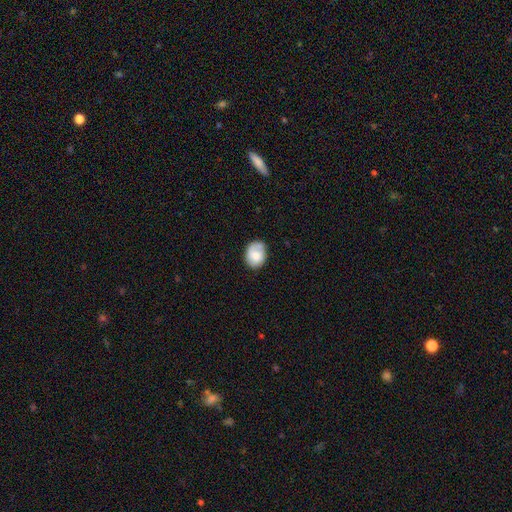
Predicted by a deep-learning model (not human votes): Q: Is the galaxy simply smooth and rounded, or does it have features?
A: smooth — 66%.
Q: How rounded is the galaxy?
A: in between — 55%.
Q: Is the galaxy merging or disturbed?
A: none — 61%.